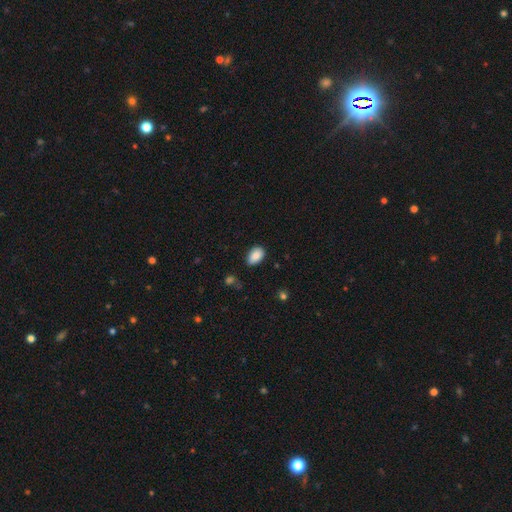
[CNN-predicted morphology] A smooth galaxy with no disk features (88%) that is in between round and cigar-shaped (91%). Merging: none (82%).